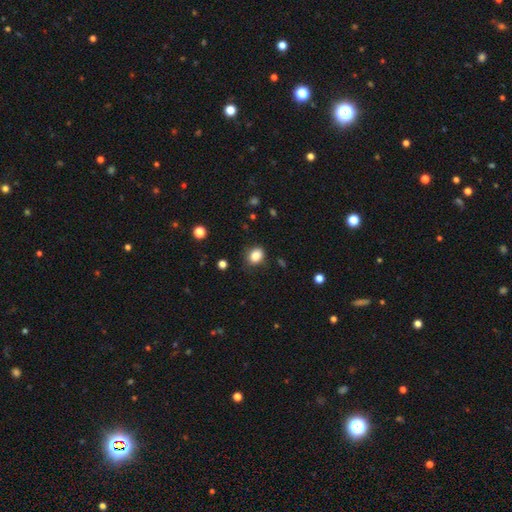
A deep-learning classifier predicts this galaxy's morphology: Smooth or featured? smooth (86%)
How rounded? in between (53%)
Merging? none (78%)